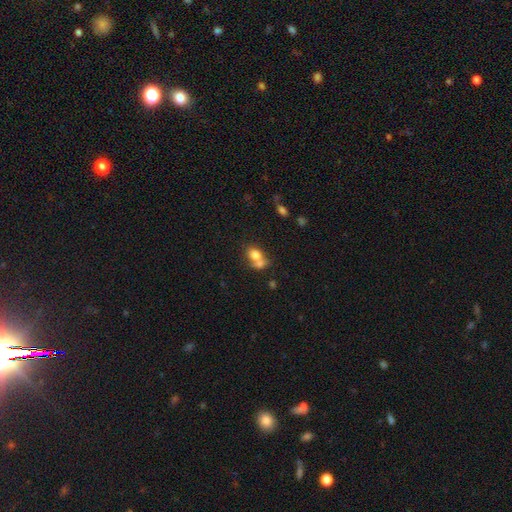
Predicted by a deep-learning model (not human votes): Overall: smooth (75%). How rounded: in between (51%; round 47%). Merging: merger (57%; none 30%).